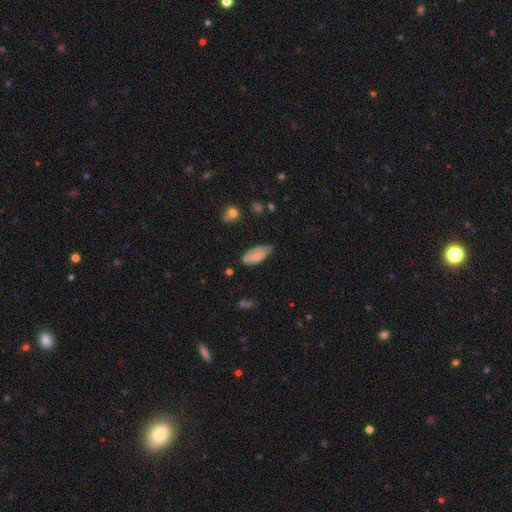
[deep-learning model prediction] smooth_or_featured: smooth (p=0.71) [alt: featured or disk p=0.21]
how_rounded: in between (p=0.90) [alt: cigar-shaped p=0.07]
merging: none (p=0.49) [alt: minor disturbance p=0.38]